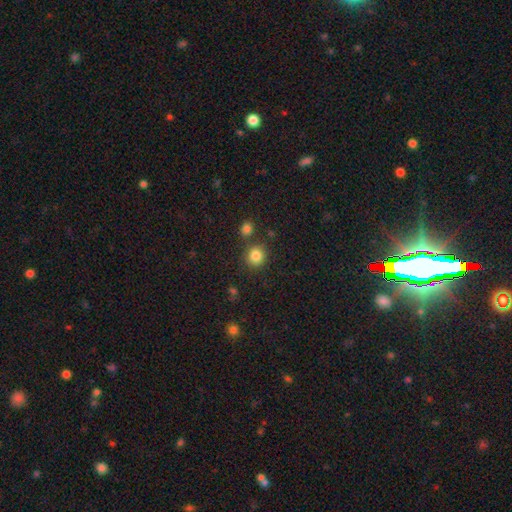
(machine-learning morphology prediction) Smooth or featured?
  - smooth: 83% *
  - star or artifact: 11%
  - featured or disk: 5%
How rounded?
  - round: 86% *
  - in between: 13%
  - cigar-shaped: 1%
Merging?
  - none: 80% *
  - merger: 9%
  - minor disturbance: 9%
  - major disturbance: 3%